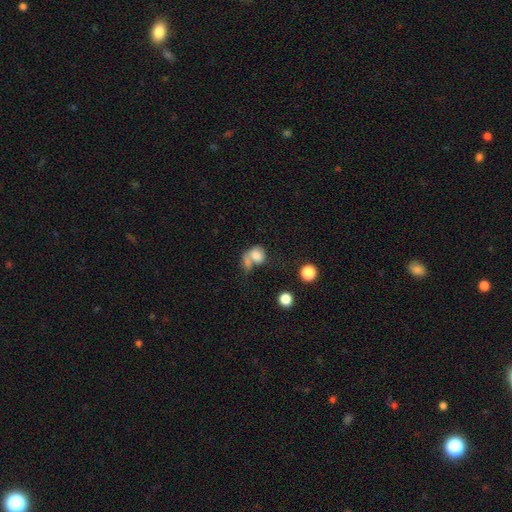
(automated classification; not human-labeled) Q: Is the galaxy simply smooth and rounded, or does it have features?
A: smooth — 74%.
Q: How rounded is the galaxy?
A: round — 54%.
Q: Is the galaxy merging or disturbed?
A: merger — 50%.